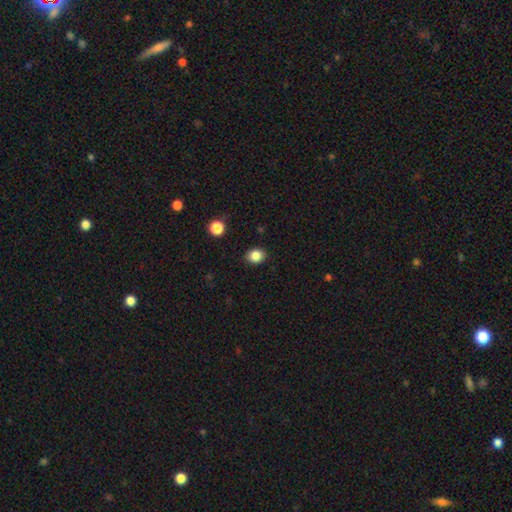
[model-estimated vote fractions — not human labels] Smooth or featured?
  - smooth: 85% *
  - star or artifact: 10%
  - featured or disk: 4%
How rounded?
  - round: 57% *
  - in between: 42%
  - cigar-shaped: 1%
Merging?
  - none: 88% *
  - minor disturbance: 8%
  - major disturbance: 2%
  - merger: 1%